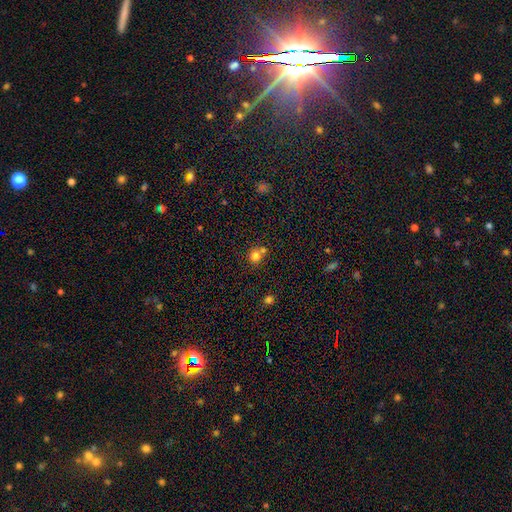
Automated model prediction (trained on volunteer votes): Overall: smooth (79%). How rounded: round (85%). Merging: none (55%; merger 34%).